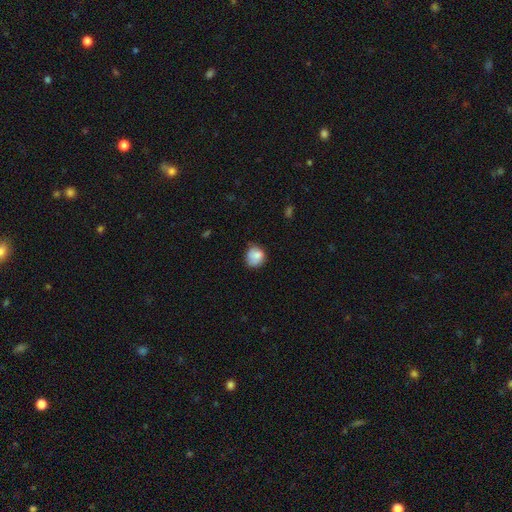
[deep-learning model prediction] Smooth or featured? smooth (80%)
How rounded? round (70%)
Merging? none (54%)